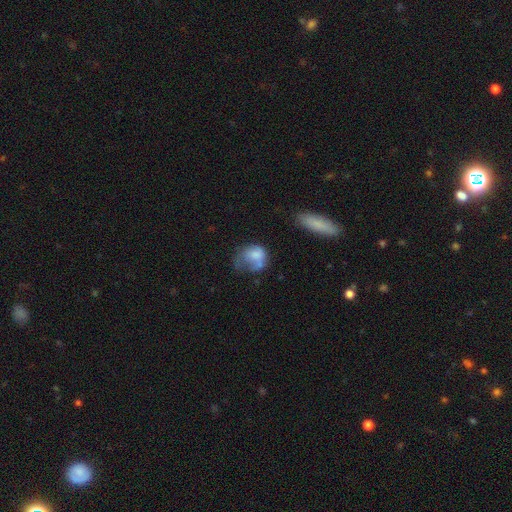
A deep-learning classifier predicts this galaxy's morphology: Smooth or featured? Predicted: smooth (p=0.61). How rounded? Predicted: in between (p=0.53). Merging? Predicted: major disturbance (p=0.36).